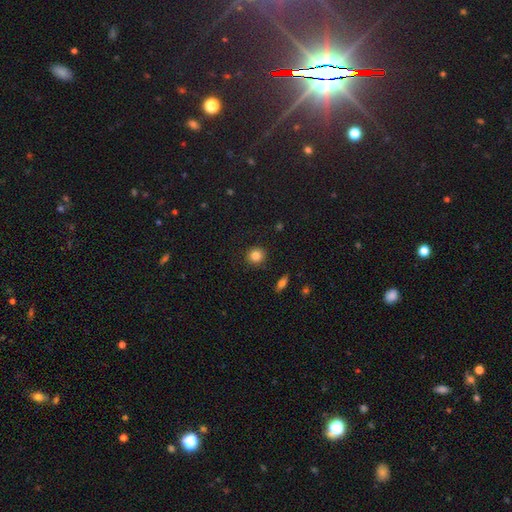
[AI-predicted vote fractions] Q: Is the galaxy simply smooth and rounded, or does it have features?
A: smooth — 84%.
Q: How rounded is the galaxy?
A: round — 90%.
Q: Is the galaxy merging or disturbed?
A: none — 90%.